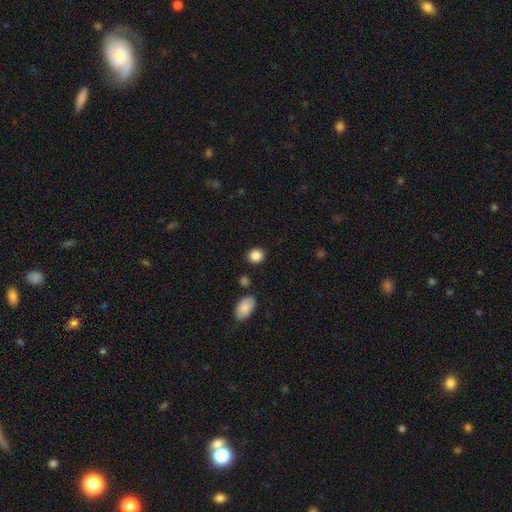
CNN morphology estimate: Smooth or featured?
  - smooth: 88% *
  - star or artifact: 9%
  - featured or disk: 4%
How rounded?
  - round: 73% *
  - in between: 26%
  - cigar-shaped: 1%
Merging?
  - none: 86% *
  - minor disturbance: 8%
  - merger: 3%
  - major disturbance: 3%